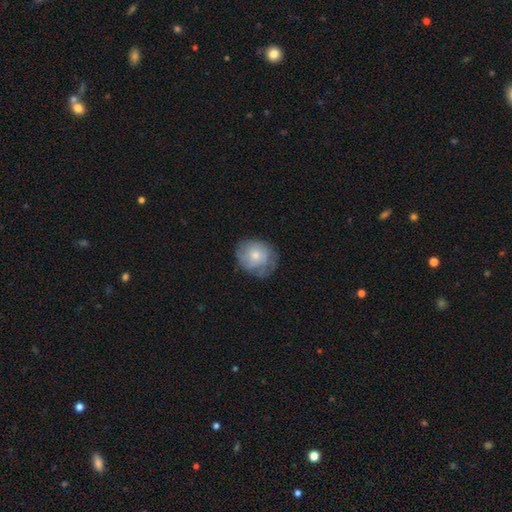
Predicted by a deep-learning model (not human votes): Smooth or featured: smooth — 50% (featured or disk — 42%)
How rounded: round — 69% (in between — 30%)
Merging: none — 62% (minor disturbance — 26%)